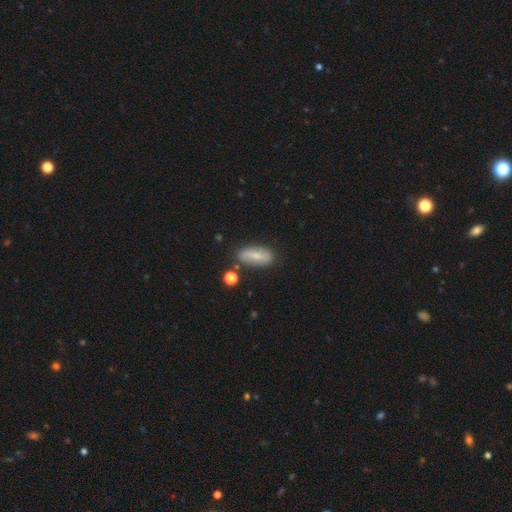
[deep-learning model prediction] Morphology: type=smooth (51%); roundness=in between (75%); merging=none (79%).